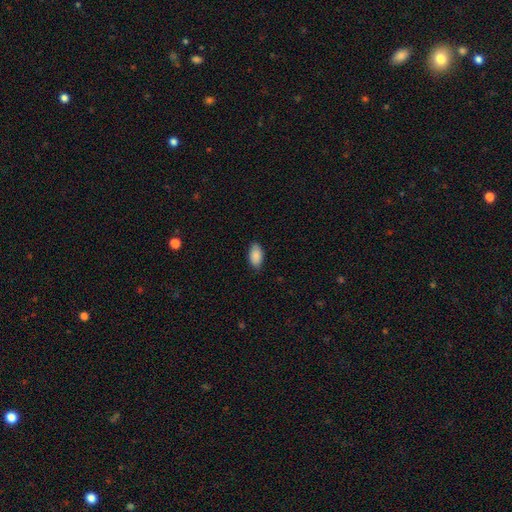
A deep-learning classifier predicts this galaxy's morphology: A smooth galaxy with no disk features (89%) that is in between round and cigar-shaped (94%). Merging: none (85%).